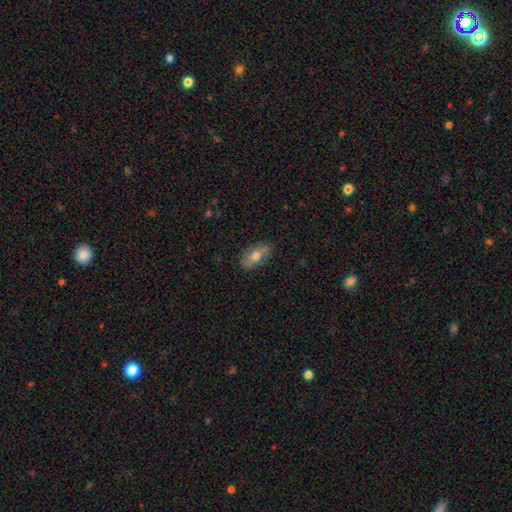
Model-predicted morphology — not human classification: A smooth galaxy with no disk features (65%) that is in between round and cigar-shaped (86%).

Vote fractions:
- Smooth or featured? smooth: 65% / featured or disk: 27% / star or artifact: 8%
- How rounded? in between: 86% / cigar-shaped: 8% / round: 6%
- Merging? none: 82% / minor disturbance: 13% / major disturbance: 3% / merger: 2%